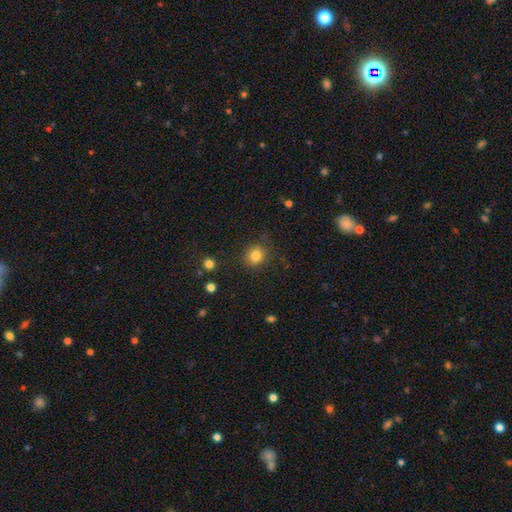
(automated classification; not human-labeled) Smooth or featured: smooth — 83% (star or artifact — 12%)
How rounded: round — 82% (in between — 17%)
Merging: none — 83% (minor disturbance — 11%)